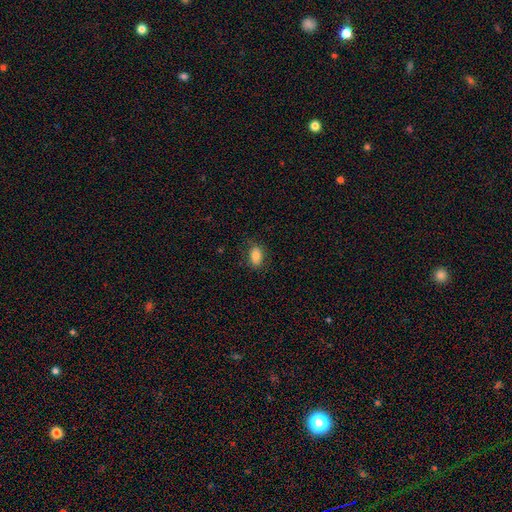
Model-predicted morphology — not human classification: Overall: smooth (83%). How rounded: in between (87%). Merging: none (82%).